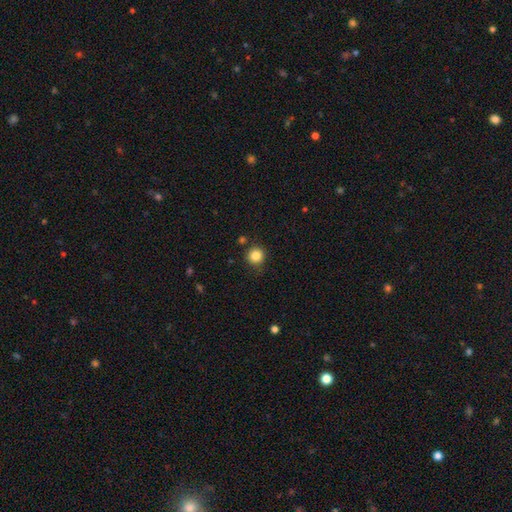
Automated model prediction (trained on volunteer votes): Morphology: type=smooth (85%); roundness=round (94%); merging=none (86%).